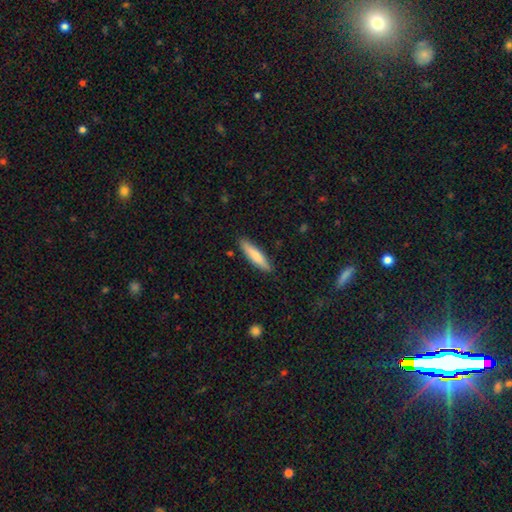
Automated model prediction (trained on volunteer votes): This appears to be a smooth galaxy with no disk features (76%) that is cigar-shaped (81%). Merging: none (89%).